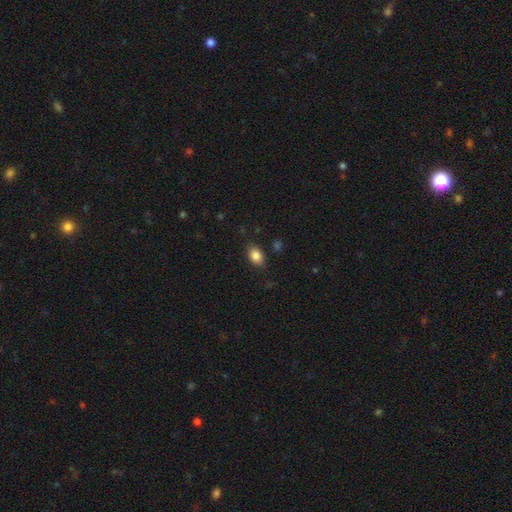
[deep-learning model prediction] A smooth galaxy with no disk features (85%) that is in between round and cigar-shaped (81%). Merging: none (83%).